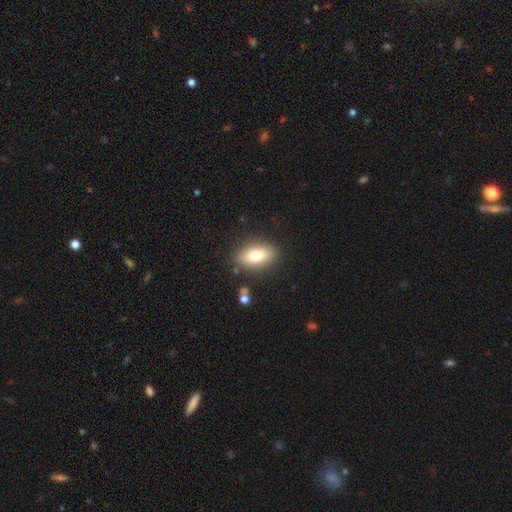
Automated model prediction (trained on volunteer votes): Smooth or featured? Predicted: smooth (p=0.73). How rounded? Predicted: in between (p=0.83). Merging? Predicted: none (p=0.84).